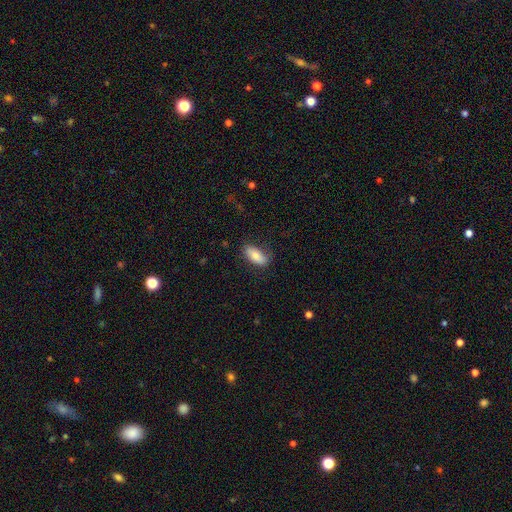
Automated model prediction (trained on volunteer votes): smooth 81%, featured or disk 13%, star or artifact 6%. Down the decision tree: how rounded — in between (85%); merging — none (76%).